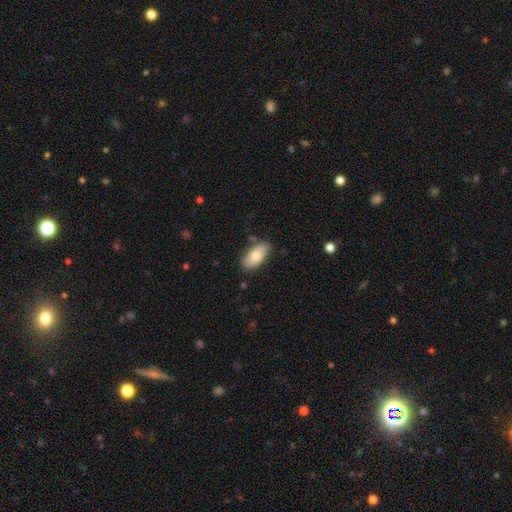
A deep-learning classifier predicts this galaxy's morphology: A smooth galaxy with no disk features (78%) that is in between round and cigar-shaped (91%). Merging: none (79%).